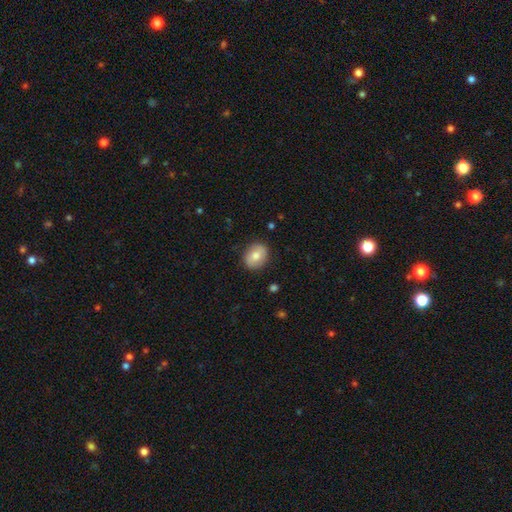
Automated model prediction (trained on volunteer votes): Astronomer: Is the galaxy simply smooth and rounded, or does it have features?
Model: smooth — 74%.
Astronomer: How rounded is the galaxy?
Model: round — 54% (runner-up: in between, 44%).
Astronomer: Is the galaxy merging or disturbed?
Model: none — 87%.